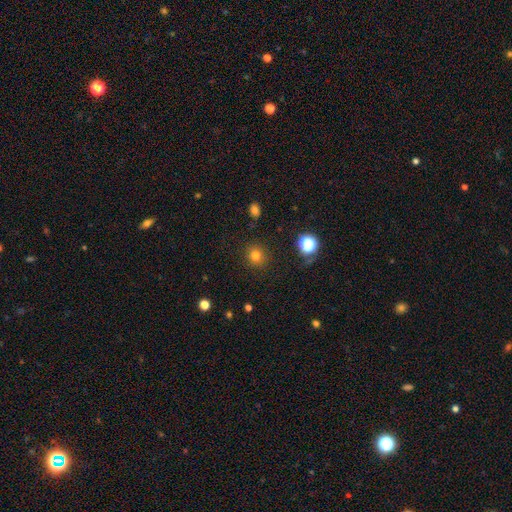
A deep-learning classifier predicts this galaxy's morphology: This is likely a smooth galaxy (76%). How rounded: clearly round (91%). Merging: clearly none (89%).